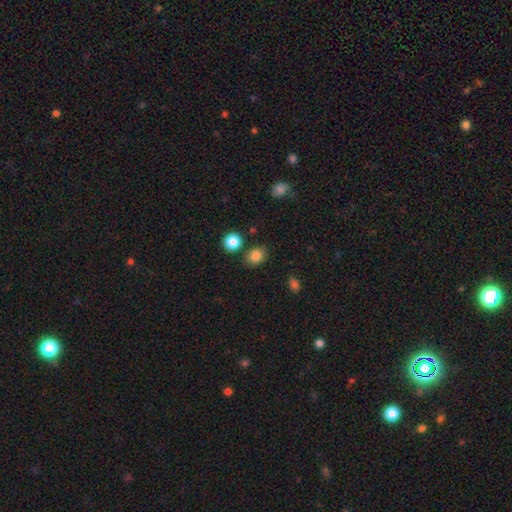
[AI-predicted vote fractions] The model was most divided on "how rounded": round: 54%, in between: 45%, cigar-shaped: 1%. More confident: smooth or featured — smooth (84%); merging — none (81%).